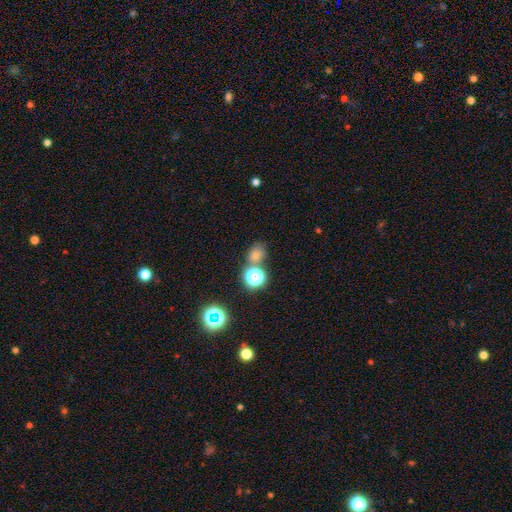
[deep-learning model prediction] smooth 67%, star or artifact 25%, featured or disk 8%. Down the decision tree: how rounded — round (55%); merging — none (61%).